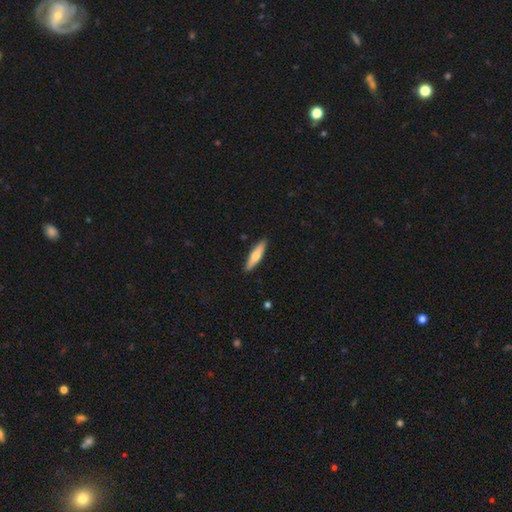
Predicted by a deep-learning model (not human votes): Q: Smooth or featured?
A: smooth (60%); runner-up: featured or disk (35%)
Q: How rounded?
A: cigar-shaped (77%); runner-up: in between (21%)
Q: Merging?
A: none (90%); runner-up: minor disturbance (7%)